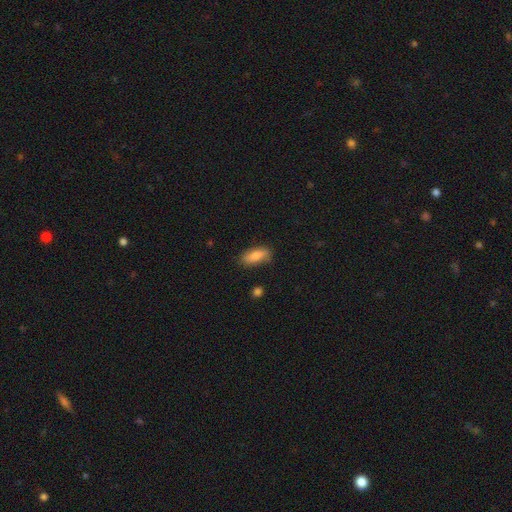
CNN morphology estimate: A smooth galaxy with no disk features (80%) that is in between round and cigar-shaped (79%).

Vote fractions:
- Smooth or featured? smooth: 80% / featured or disk: 14% / star or artifact: 7%
- How rounded? in between: 79% / cigar-shaped: 18% / round: 3%
- Merging? none: 75% / minor disturbance: 19% / major disturbance: 4% / merger: 2%